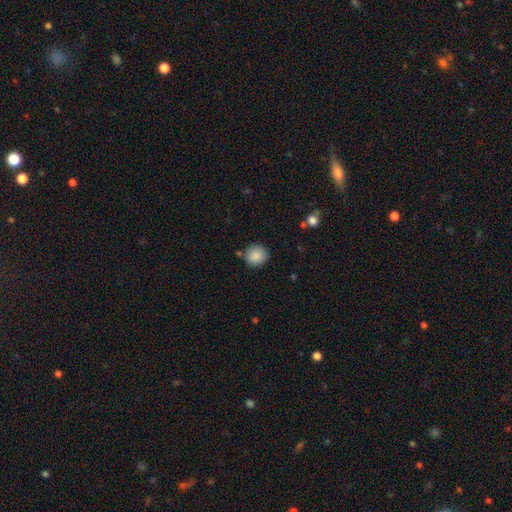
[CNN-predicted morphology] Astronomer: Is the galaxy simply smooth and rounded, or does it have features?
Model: smooth — 88%.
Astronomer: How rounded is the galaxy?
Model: round — 89%.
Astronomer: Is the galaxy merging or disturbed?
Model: none — 83%.